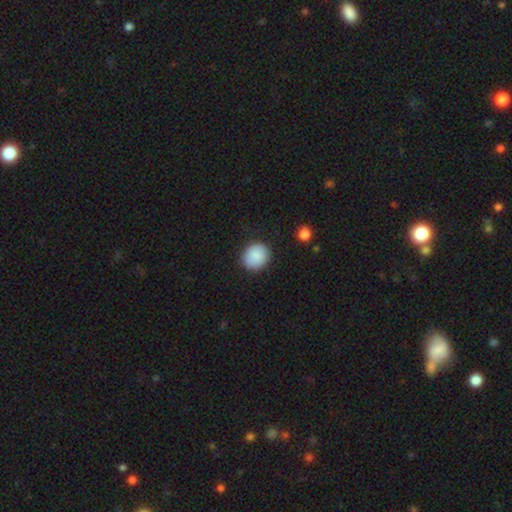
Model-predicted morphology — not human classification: A smooth galaxy with no disk features (88%) that is round (78%).

Vote fractions:
- Smooth or featured? smooth: 88% / star or artifact: 7% / featured or disk: 5%
- How rounded? round: 78% / in between: 21% / cigar-shaped: 1%
- Merging? none: 87% / minor disturbance: 10% / major disturbance: 3% / merger: 1%